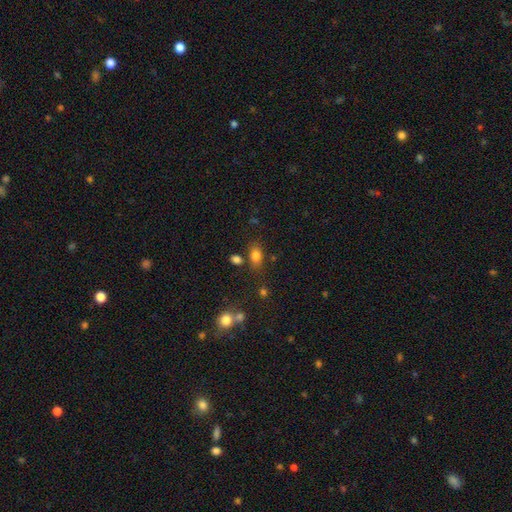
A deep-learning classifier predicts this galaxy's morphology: smooth_or_featured: smooth (p=0.80) [alt: star or artifact p=0.12]
how_rounded: in between (p=0.79) [alt: round p=0.18]
merging: none (p=0.70) [alt: minor disturbance p=0.15]